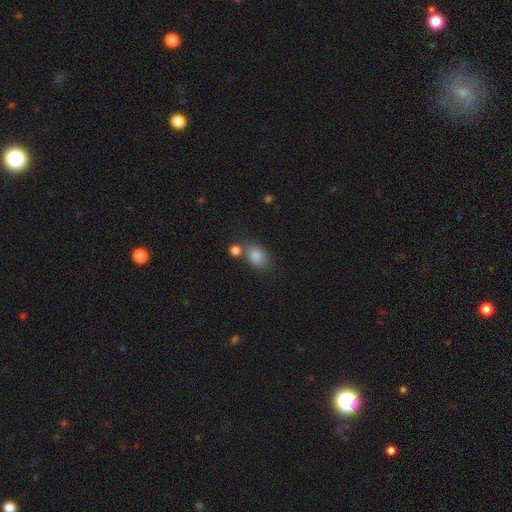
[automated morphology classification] This appears to be a smooth galaxy with no disk features (82%) that is in between round and cigar-shaped (72%). Merging: none (63%).